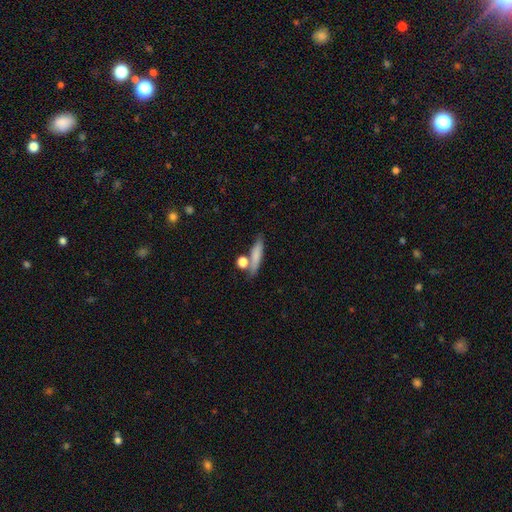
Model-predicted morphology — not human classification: A smooth galaxy with no disk features (75%) that is cigar-shaped (69%).

Vote fractions:
- Smooth or featured? smooth: 75% / featured or disk: 17% / star or artifact: 8%
- How rounded? cigar-shaped: 69% / in between: 22% / round: 9%
- Merging? none: 64% / merger: 18% / minor disturbance: 13% / major disturbance: 5%